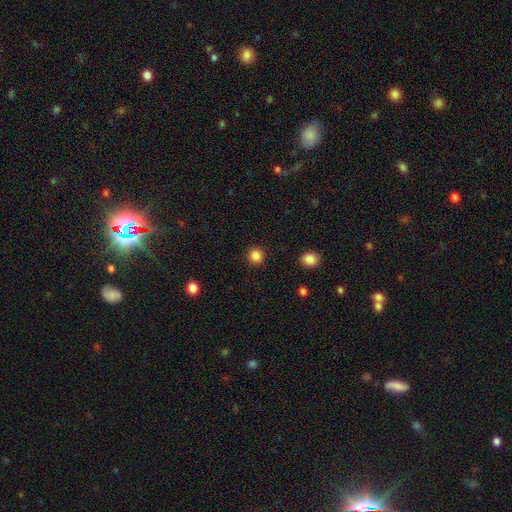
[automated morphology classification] Overall: smooth (86%). How rounded: round (93%). Merging: none (92%).